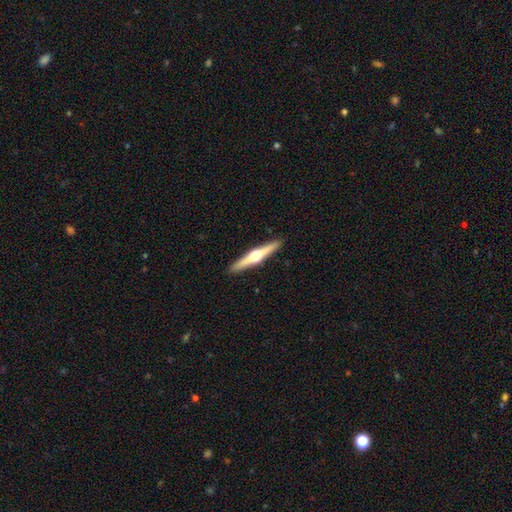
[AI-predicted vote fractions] Smooth or featured: featured or disk — 75% (smooth — 21%)
Edge-on disk: yes — 98% (no — 2%)
Edge-on bulge: rounded — 96% (boxy — 2%)
Merging: none — 93% (minor disturbance — 5%)